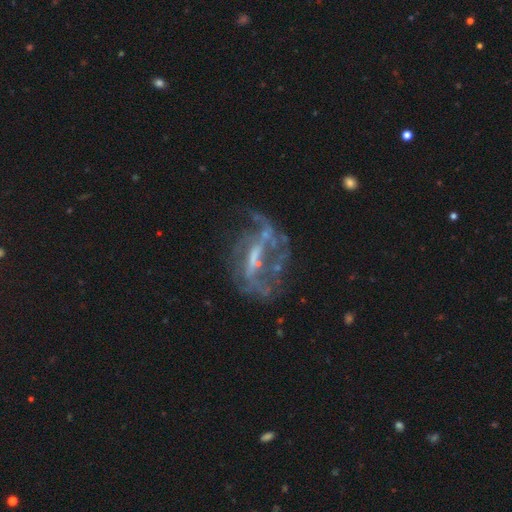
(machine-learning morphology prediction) smooth_or_featured: featured or disk (p=0.77) [alt: star or artifact p=0.13]
disk_edge_on: no (p=0.94) [alt: yes p=0.06]
bar: weak (p=0.40) [alt: strong p=0.35]
has_spiral_arms: yes (p=0.62) [alt: no p=0.38]
bulge_size: small (p=0.38) [alt: moderate p=0.29]
merging: none (p=0.44) [alt: major disturbance p=0.31]